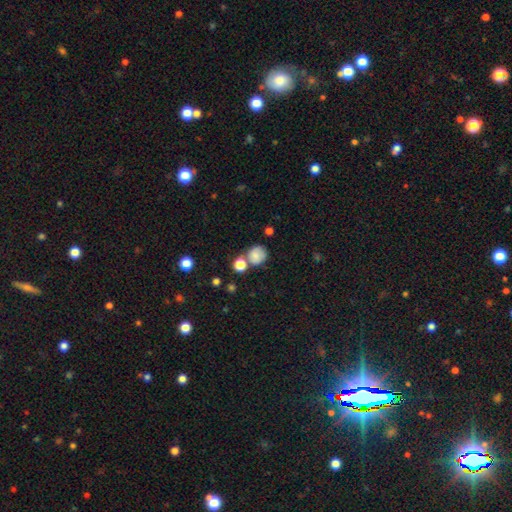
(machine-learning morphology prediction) smooth_or_featured: smooth (p=0.79) [alt: star or artifact p=0.11]
how_rounded: round (p=0.80) [alt: in between p=0.19]
merging: none (p=0.59) [alt: merger p=0.21]